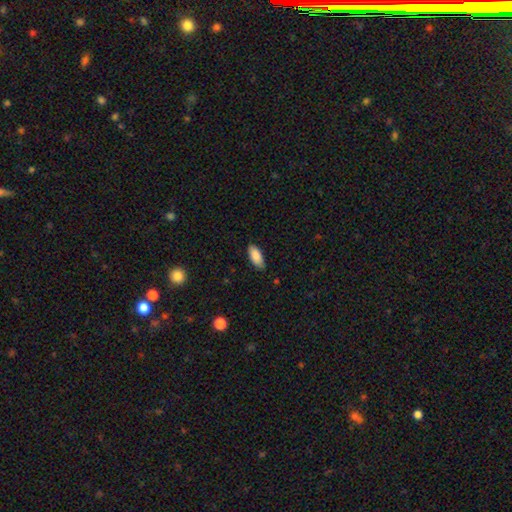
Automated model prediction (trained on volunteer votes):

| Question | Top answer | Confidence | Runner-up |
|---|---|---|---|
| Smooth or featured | smooth | 88% | star or artifact (6%) |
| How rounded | in between | 86% | cigar-shaped (12%) |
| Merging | none | 82% | minor disturbance (14%) |